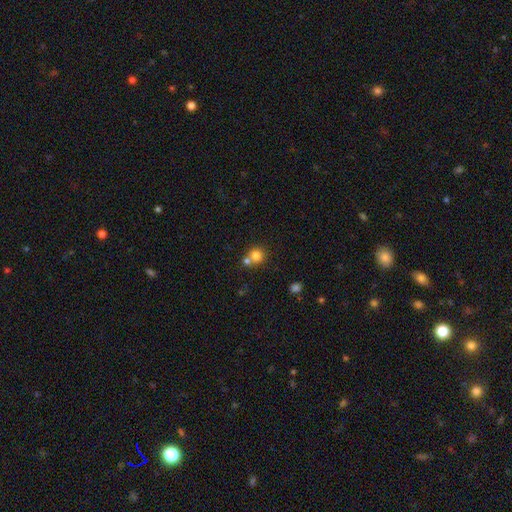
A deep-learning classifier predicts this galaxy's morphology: A smooth galaxy with no disk features (79%) that is round (89%). Merging: none (53%).